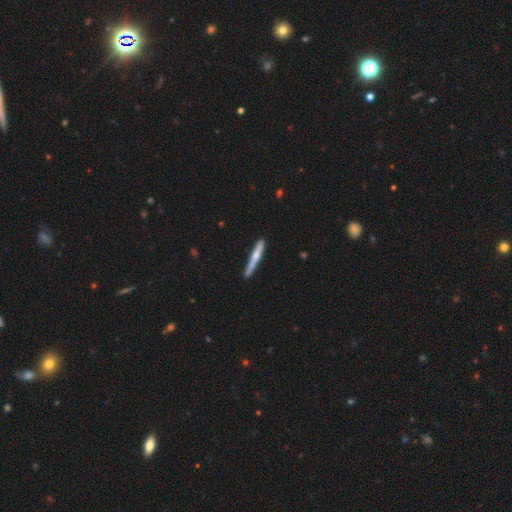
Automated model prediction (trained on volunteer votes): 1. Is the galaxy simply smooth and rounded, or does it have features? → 53% smooth, 42% featured or disk, 5% star or artifact.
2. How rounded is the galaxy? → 96% cigar-shaped, 3% in between, 1% round.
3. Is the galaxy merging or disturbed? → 83% none, 13% minor disturbance, 2% major disturbance, 2% merger.